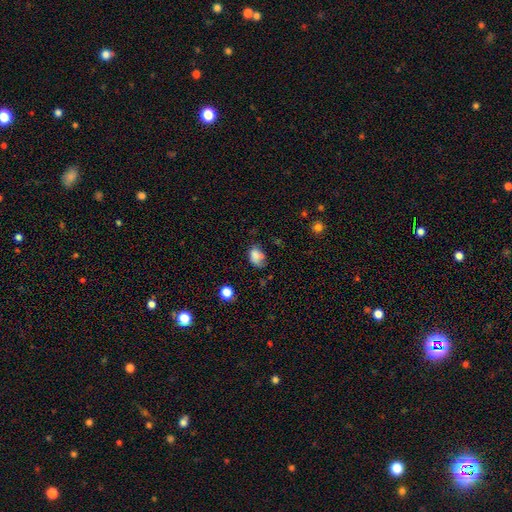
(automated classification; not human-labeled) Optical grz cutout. It shows a smooth galaxy with no disk features (75%) that is in between round and cigar-shaped (76%). Merging: none (43%).